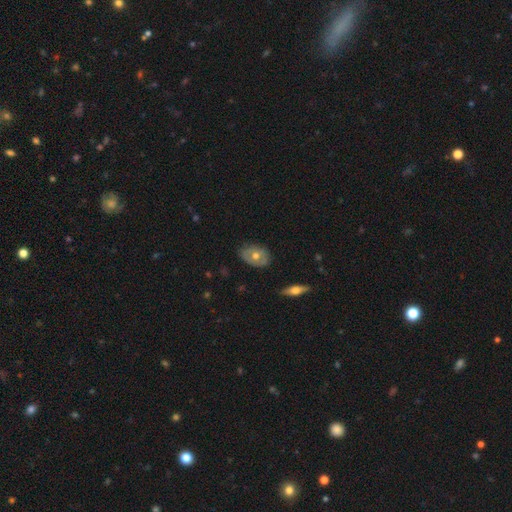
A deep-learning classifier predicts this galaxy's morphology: This appears to be a featured or disk galaxy (48%). Merging: none (79%).